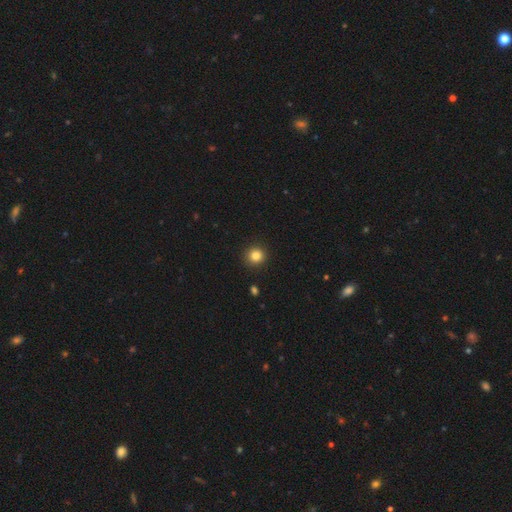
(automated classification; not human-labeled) Smooth or featured? Predicted: smooth (p=0.84). How rounded? Predicted: round (p=0.92). Merging? Predicted: none (p=0.92).